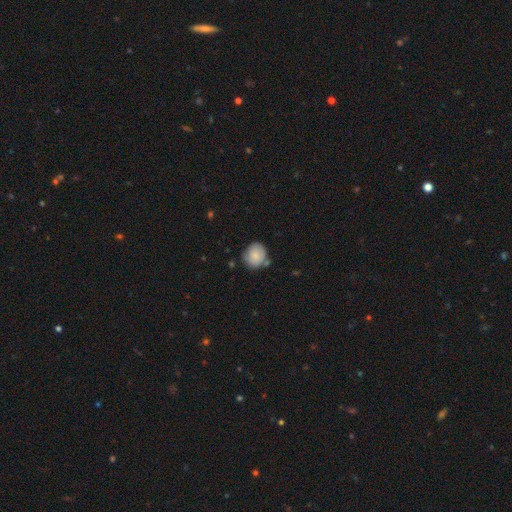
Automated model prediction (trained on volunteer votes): smooth 84%, featured or disk 8%, star or artifact 7%. Down the decision tree: how rounded — round (76%); merging — none (70%).